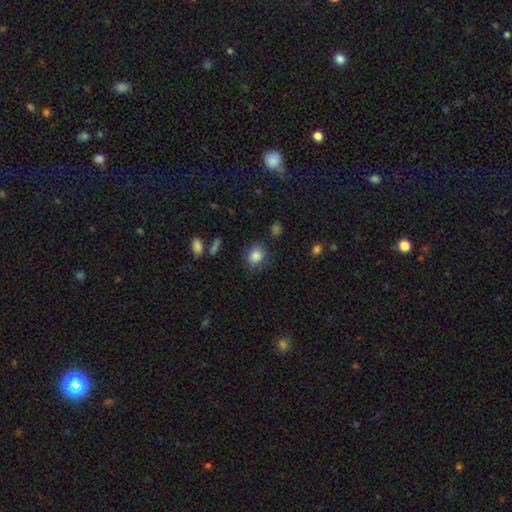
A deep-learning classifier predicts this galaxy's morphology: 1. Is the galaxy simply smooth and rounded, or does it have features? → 84% smooth, 10% star or artifact, 6% featured or disk.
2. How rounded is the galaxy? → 64% round, 35% in between, 1% cigar-shaped.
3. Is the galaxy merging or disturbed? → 77% none, 16% minor disturbance, 5% major disturbance, 2% merger.